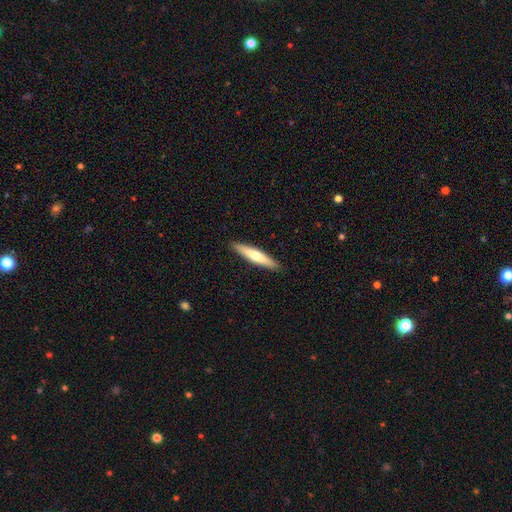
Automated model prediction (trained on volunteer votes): A smooth galaxy with no disk features (56%) that is cigar-shaped (87%). Merging: none (91%).